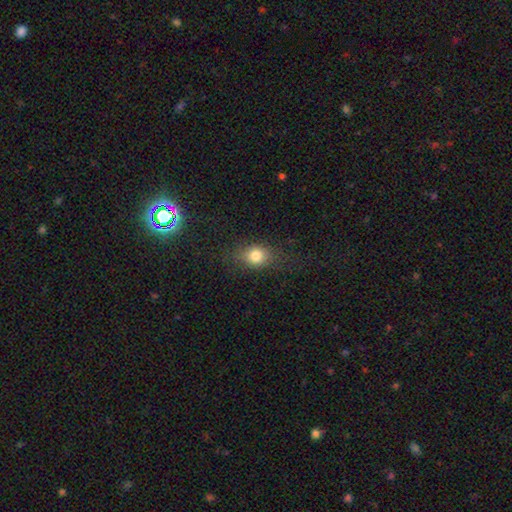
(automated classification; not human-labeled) This is likely a smooth galaxy (78%). How rounded: possibly round (54%). Merging: likely none (76%).